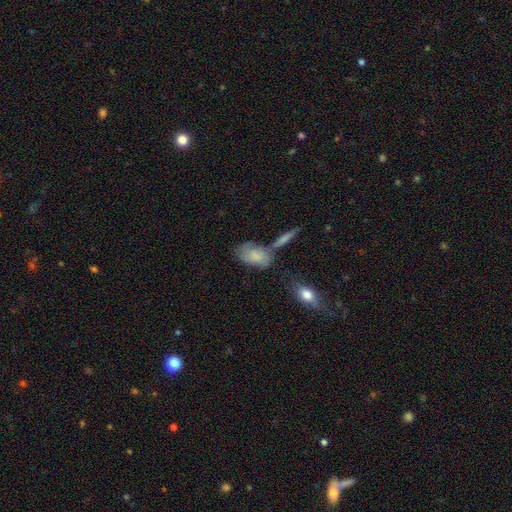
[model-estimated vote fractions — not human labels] Smooth or featured: smooth — 65% (featured or disk — 27%)
How rounded: in between — 86% (round — 9%)
Merging: none — 43% (merger — 24%)